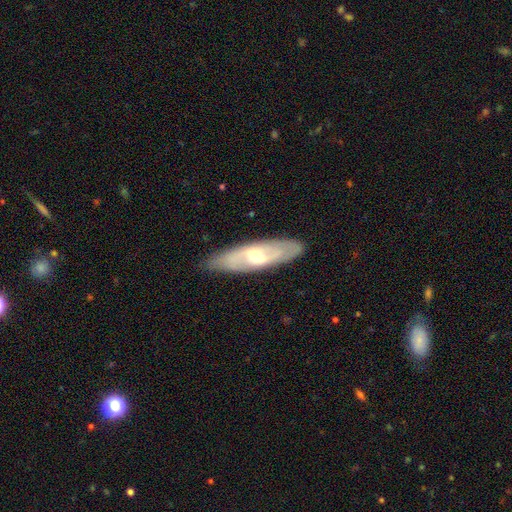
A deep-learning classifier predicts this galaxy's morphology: Q: Smooth or featured?
A: featured or disk (61%); runner-up: smooth (33%)
Q: Edge-on disk?
A: no (68%); runner-up: yes (32%)
Q: Merging?
A: none (84%); runner-up: minor disturbance (12%)